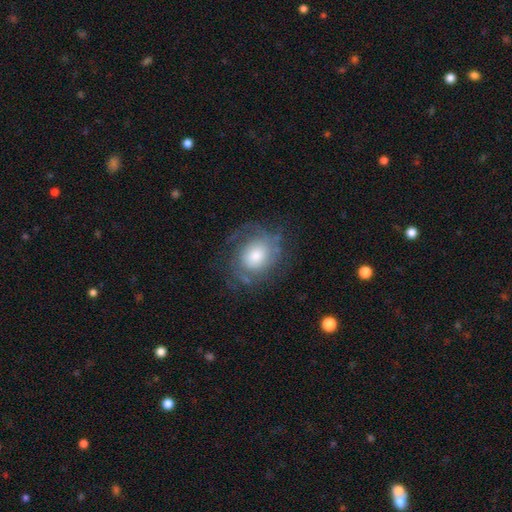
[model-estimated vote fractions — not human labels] The model was most divided on "bulge size": moderate: 48%, large: 29%, small: 17%, dominant: 3%, none: 2%. More confident: edge-on disk — no (97%); spiral arms — yes (78%); bar — no (78%); merging — none (62%); smooth or featured — featured or disk (58%).